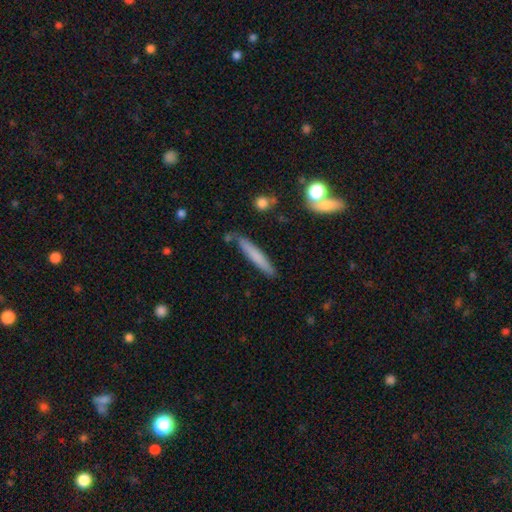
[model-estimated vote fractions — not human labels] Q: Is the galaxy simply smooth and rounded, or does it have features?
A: smooth — 68%.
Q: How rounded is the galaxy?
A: cigar-shaped — 94%.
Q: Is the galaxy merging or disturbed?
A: none — 82%.